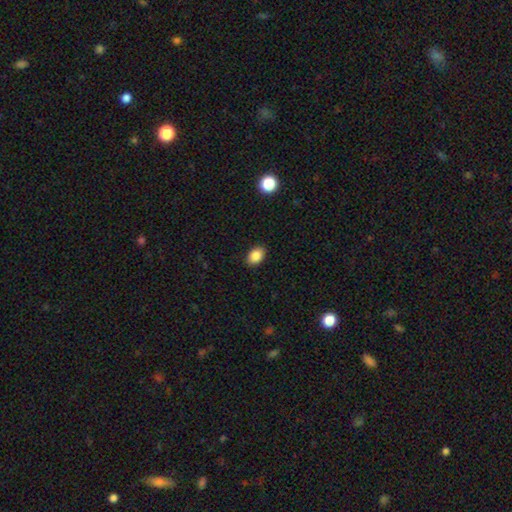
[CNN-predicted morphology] smooth 86%, star or artifact 9%, featured or disk 6%. Down the decision tree: how rounded — in between (82%); merging — none (89%).